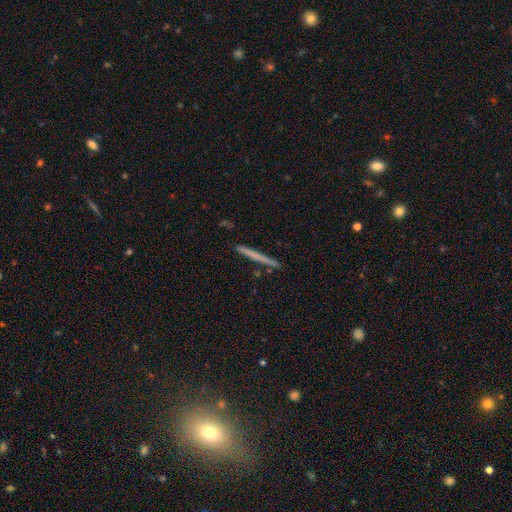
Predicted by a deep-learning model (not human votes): smooth_or_featured: smooth (p=0.57) [alt: featured or disk p=0.36]
how_rounded: cigar-shaped (p=0.97) [alt: in between p=0.02]
merging: none (p=0.91) [alt: minor disturbance p=0.06]